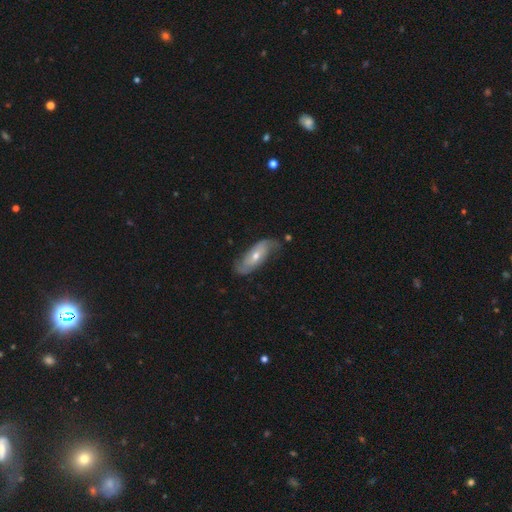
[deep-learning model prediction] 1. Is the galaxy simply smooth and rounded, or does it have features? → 64% featured or disk, 30% smooth, 6% star or artifact.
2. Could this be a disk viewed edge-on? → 85% no, 15% yes.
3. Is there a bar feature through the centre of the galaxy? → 54% no, 32% weak, 13% strong.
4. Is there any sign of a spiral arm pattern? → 84% yes, 16% no.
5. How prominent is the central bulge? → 56% moderate, 39% small, 2% large, 1% none, 1% dominant.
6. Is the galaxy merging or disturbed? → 67% none, 24% minor disturbance, 7% major disturbance, 2% merger.